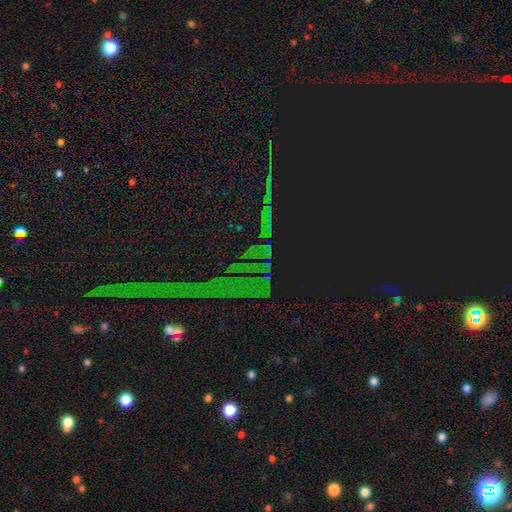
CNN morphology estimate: Smooth or featured?
  - star or artifact: 84% *
  - smooth: 8%
  - featured or disk: 8%